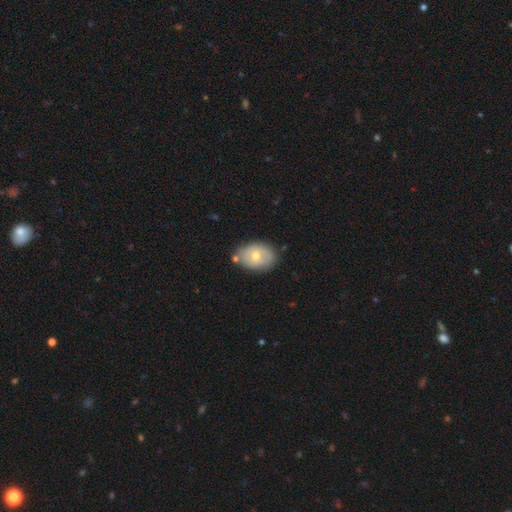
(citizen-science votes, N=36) smooth 56%, featured or disk 39%, star or artifact 6%. Down the decision tree: how rounded — in between (85%); merging — none (79%).